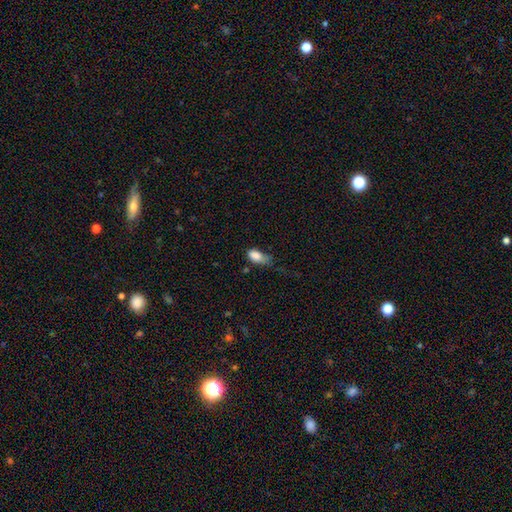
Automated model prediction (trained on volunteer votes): Q: Smooth or featured?
A: smooth (83%); runner-up: featured or disk (9%)
Q: How rounded?
A: in between (89%); runner-up: round (6%)
Q: Merging?
A: minor disturbance (41%); runner-up: none (30%)